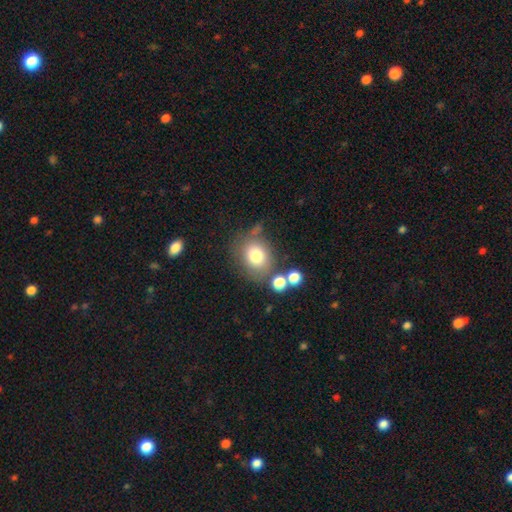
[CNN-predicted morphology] A smooth galaxy with no disk features (77%) that is round (67%). Merging: none (66%).